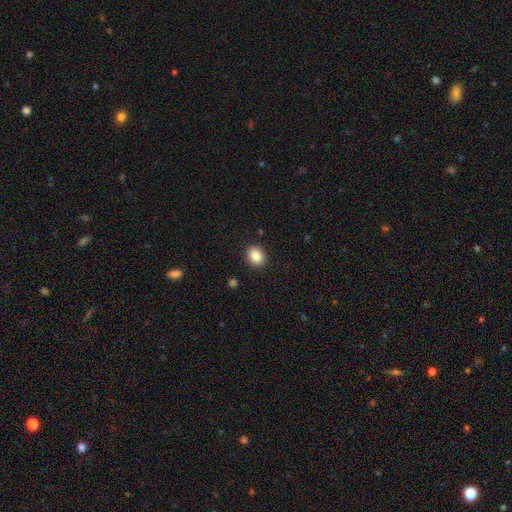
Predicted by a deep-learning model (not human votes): smooth_or_featured: smooth (p=0.86) [alt: star or artifact p=0.09]
how_rounded: round (p=0.63) [alt: in between p=0.36]
merging: none (p=0.90) [alt: minor disturbance p=0.06]